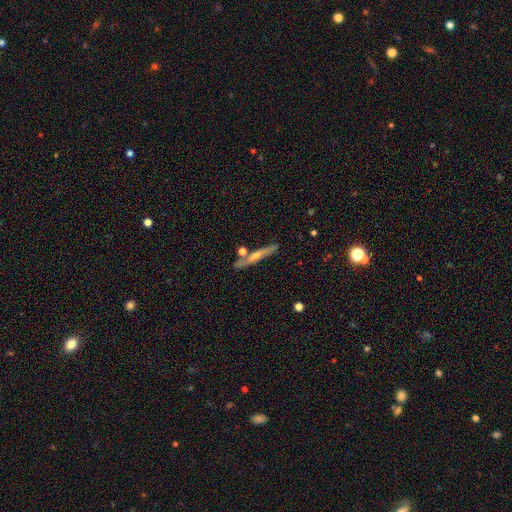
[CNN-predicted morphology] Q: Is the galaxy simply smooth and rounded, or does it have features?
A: featured or disk — 59%.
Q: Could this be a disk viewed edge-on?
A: yes — 91%.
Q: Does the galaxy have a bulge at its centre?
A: rounded — 68%.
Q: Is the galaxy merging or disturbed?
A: none — 77%.